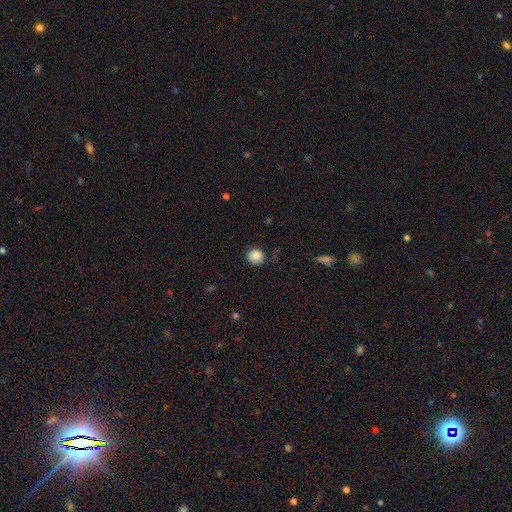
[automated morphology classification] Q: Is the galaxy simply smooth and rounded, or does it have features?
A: smooth — 85%.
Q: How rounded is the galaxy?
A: round — 85%.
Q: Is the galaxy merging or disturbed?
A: none — 79%.